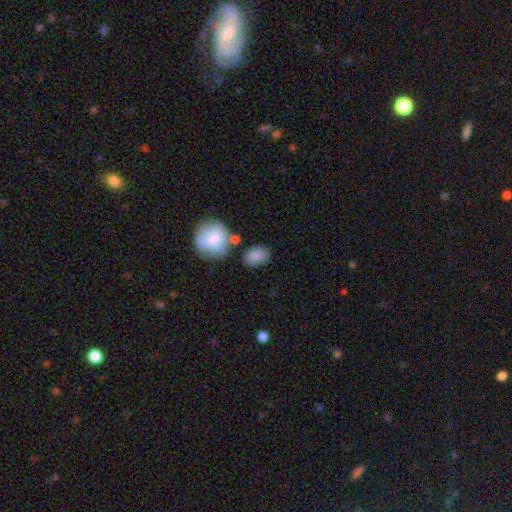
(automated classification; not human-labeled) This is clearly a smooth galaxy (85%). How rounded: likely in between (74%). Merging: likely none (64%).